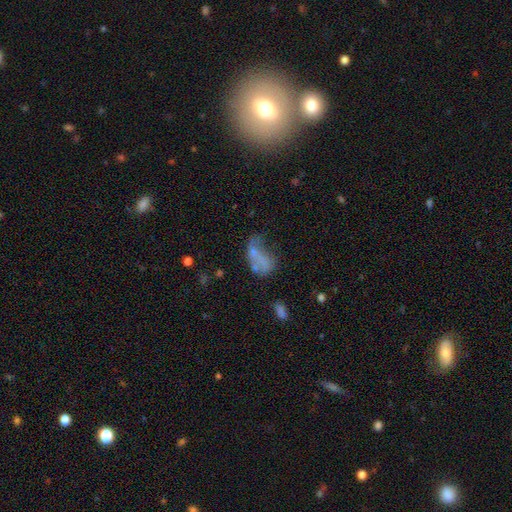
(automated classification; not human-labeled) Smooth or featured: smooth — 44% (featured or disk — 37%)
Merging: major disturbance — 34% (none — 26%)